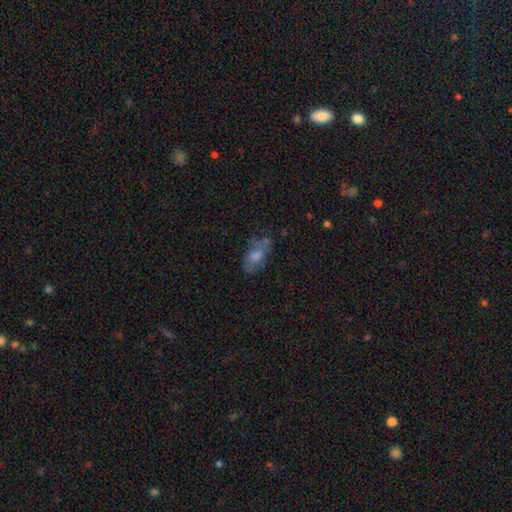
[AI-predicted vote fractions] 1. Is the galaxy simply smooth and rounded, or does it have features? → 61% smooth, 29% featured or disk, 10% star or artifact.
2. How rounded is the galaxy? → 89% in between, 6% round, 5% cigar-shaped.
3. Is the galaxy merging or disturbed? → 47% none, 28% minor disturbance, 17% major disturbance, 8% merger.